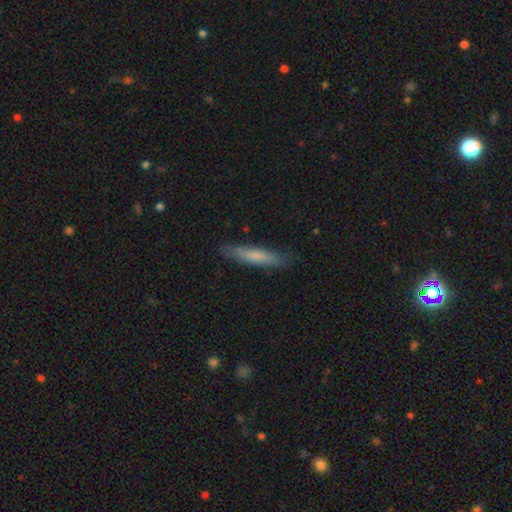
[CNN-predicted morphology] A smooth galaxy with no disk features (70%) that is cigar-shaped (90%). Merging: none (86%).